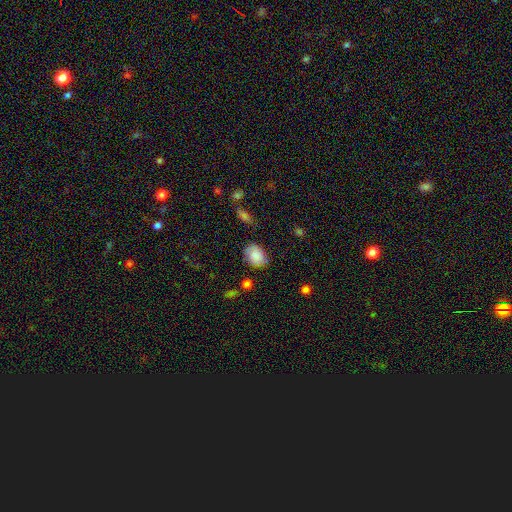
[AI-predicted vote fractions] Smooth or featured? smooth (60%)
How rounded? in between (69%)
Merging? none (67%)